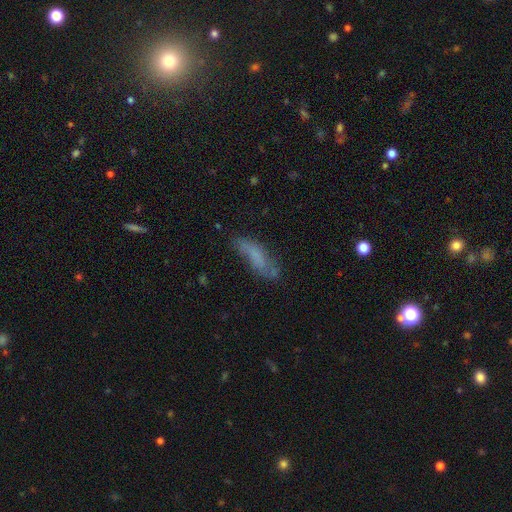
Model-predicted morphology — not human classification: Overall: smooth (61%; featured or disk 29%). How rounded: cigar-shaped (50%; in between 48%). Merging: none (53%; minor disturbance 27%).